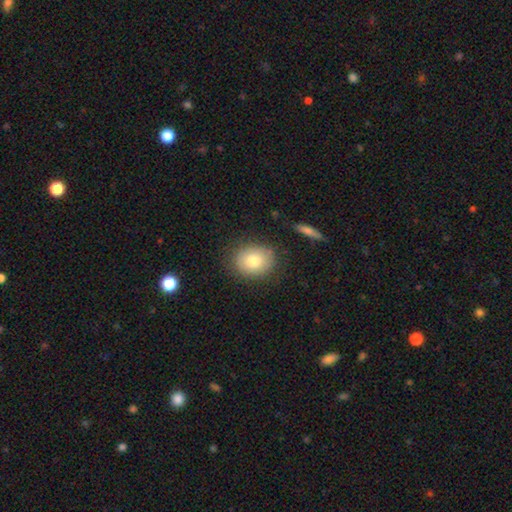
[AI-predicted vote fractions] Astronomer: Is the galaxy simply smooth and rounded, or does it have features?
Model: smooth — 77%.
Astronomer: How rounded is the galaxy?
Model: round — 60% (runner-up: in between, 39%).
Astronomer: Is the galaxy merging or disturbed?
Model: none — 82%.